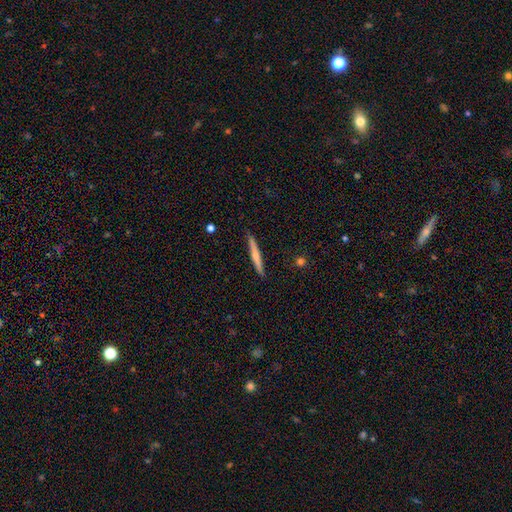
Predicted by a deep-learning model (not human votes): Overall: smooth (49%; featured or disk 45%). Merging: none (90%).